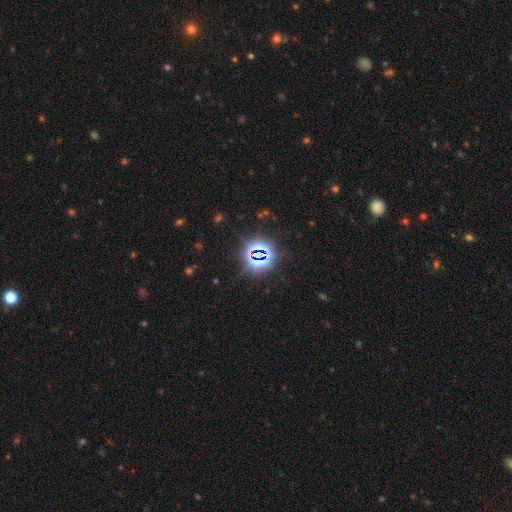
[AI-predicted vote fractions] A star or artifact, not a galaxy (80%).

Vote fractions:
- Smooth or featured? star or artifact: 80% / smooth: 13% / featured or disk: 7%